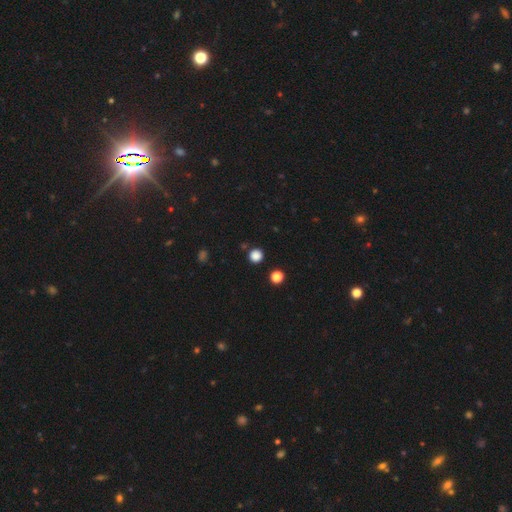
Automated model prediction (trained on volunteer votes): A smooth galaxy with no disk features (84%) that is round (95%). Merging: none (89%).